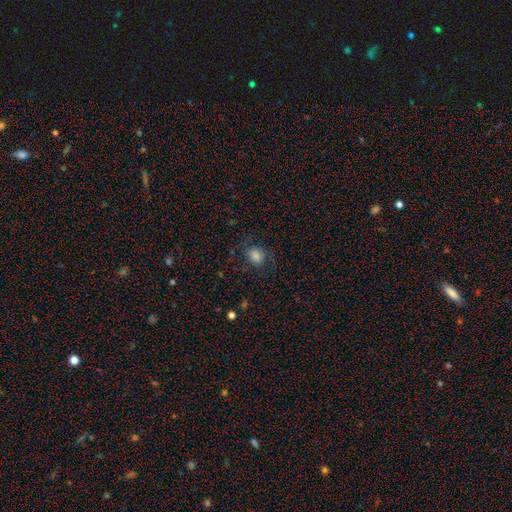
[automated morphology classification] type=smooth (71%); roundness=round (60%); merging=none (68%).